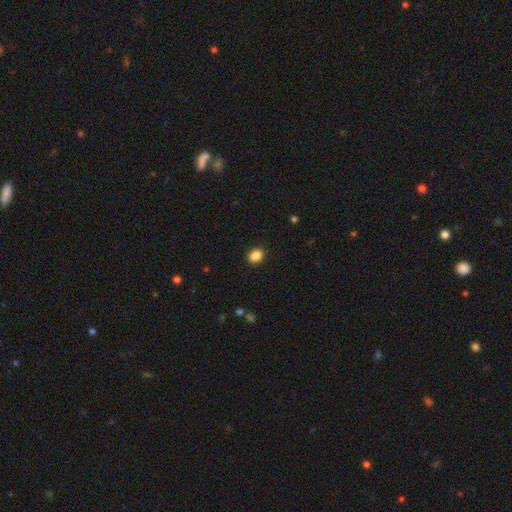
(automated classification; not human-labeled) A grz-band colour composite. It shows a smooth galaxy with no disk features (88%) that is in between round and cigar-shaped (62%). Merging: none (91%).